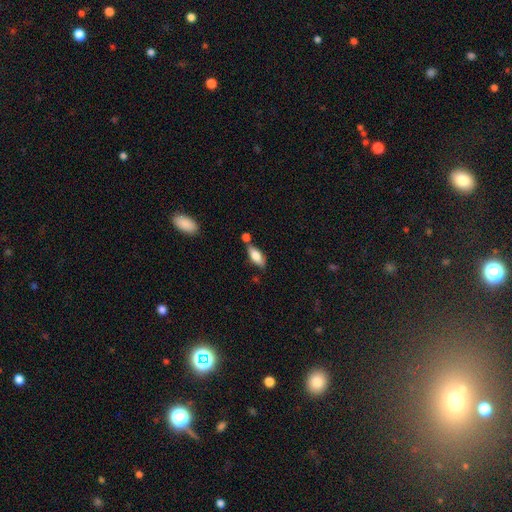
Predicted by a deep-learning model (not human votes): Overall: smooth (75%). How rounded: in between (76%). Merging: none (64%).